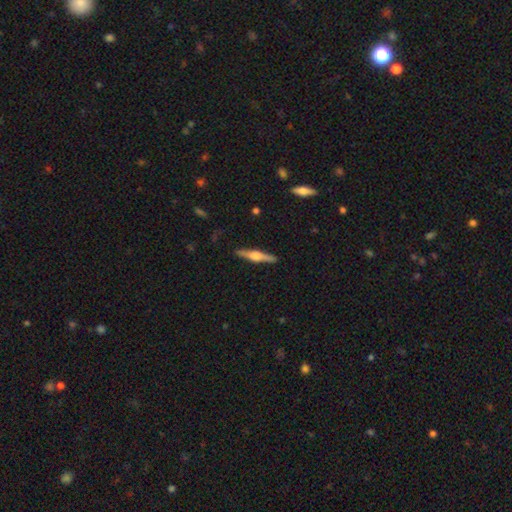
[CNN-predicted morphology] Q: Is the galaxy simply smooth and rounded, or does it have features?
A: featured or disk — 73%.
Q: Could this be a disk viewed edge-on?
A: yes — 98%.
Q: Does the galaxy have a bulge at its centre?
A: rounded — 88%.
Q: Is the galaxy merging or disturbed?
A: none — 90%.